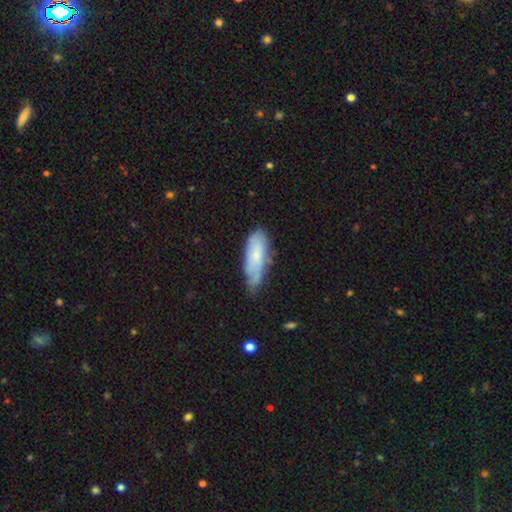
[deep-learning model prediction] Smooth or featured? Predicted: smooth (p=0.67). How rounded? Predicted: in between (p=0.62). Merging? Predicted: none (p=0.48).